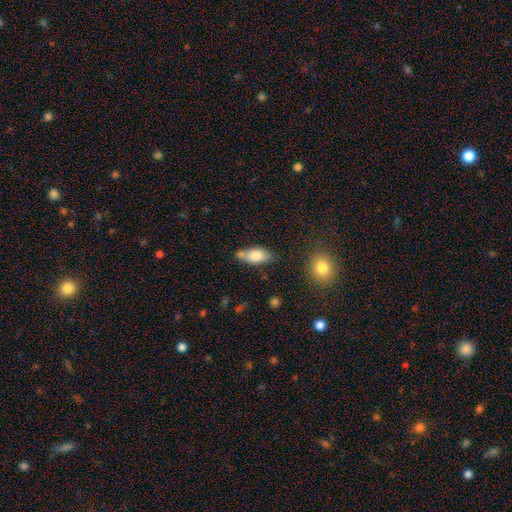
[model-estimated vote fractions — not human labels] smooth_or_featured: smooth (p=0.77) [alt: featured or disk p=0.16]
how_rounded: in between (p=0.87) [alt: cigar-shaped p=0.08]
merging: none (p=0.56) [alt: merger p=0.20]